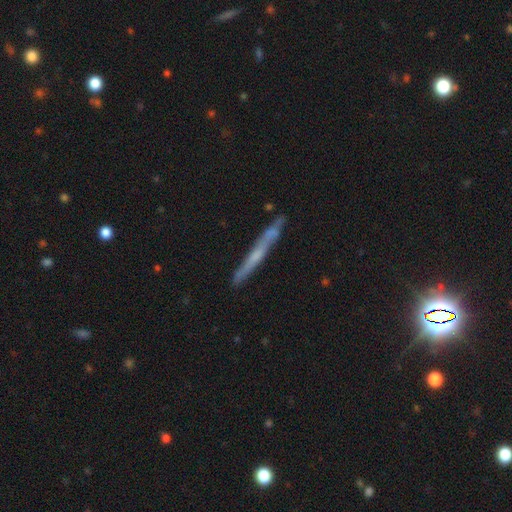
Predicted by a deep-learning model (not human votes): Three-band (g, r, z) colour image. It shows a featured or disk galaxy (55%) viewed edge-on (94%) with no central bulge (71%). Merging: none (83%).